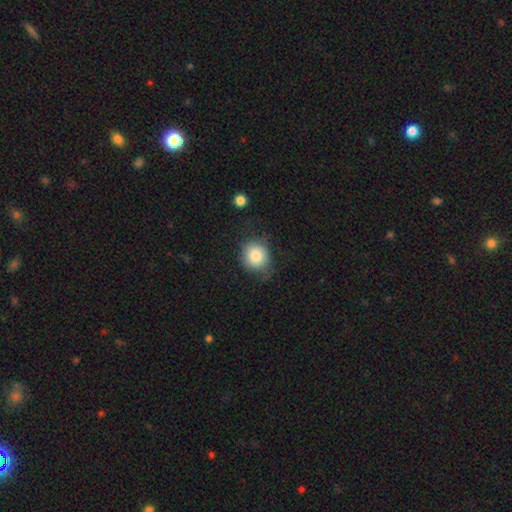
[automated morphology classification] smooth 81%, featured or disk 10%, star or artifact 9%. Down the decision tree: how rounded — round (81%); merging — none (65%).